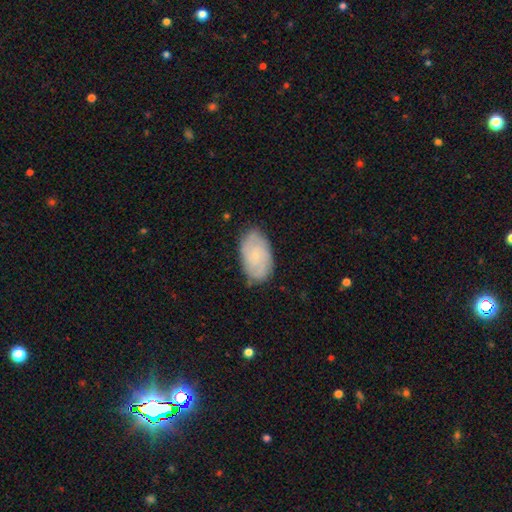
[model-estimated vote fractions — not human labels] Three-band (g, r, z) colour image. It shows a featured or disk galaxy (61%) with no bar (77%), tight (60%) spiral arms (88%) and a small central bulge (80%). Merging: none (78%).